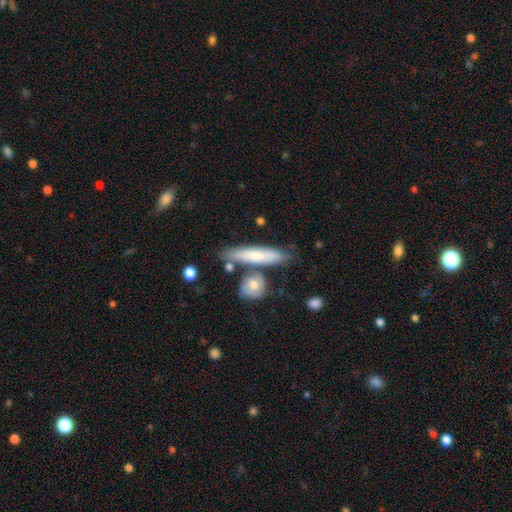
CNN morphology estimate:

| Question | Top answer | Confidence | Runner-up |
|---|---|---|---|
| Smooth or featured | smooth | 65% | featured or disk (29%) |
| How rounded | cigar-shaped | 83% | in between (15%) |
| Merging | none | 70% | minor disturbance (15%) |